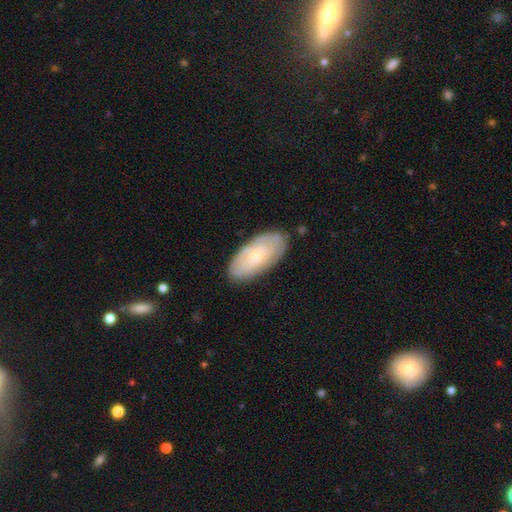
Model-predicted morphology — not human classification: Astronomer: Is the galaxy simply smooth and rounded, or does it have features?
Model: featured or disk — 49% (runner-up: smooth, 44%).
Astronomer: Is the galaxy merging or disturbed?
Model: none — 81%.